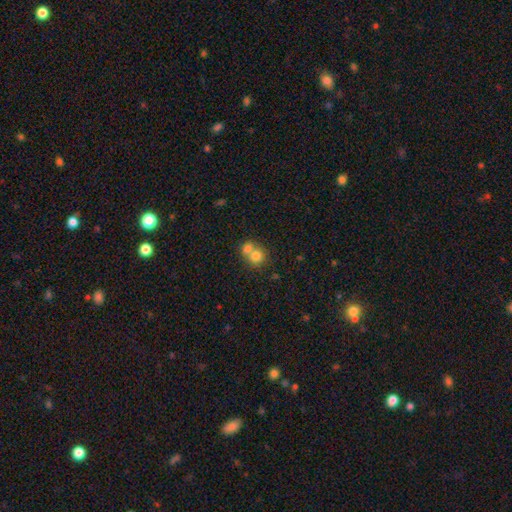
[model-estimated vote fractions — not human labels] Overall: smooth (76%). How rounded: round (80%). Merging: merger (58%; none 33%).